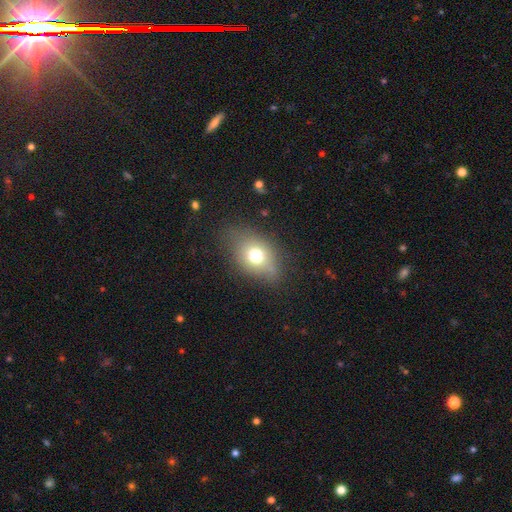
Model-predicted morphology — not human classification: This is likely a smooth galaxy (69%). How rounded: likely in between (69%). Merging: likely none (67%).